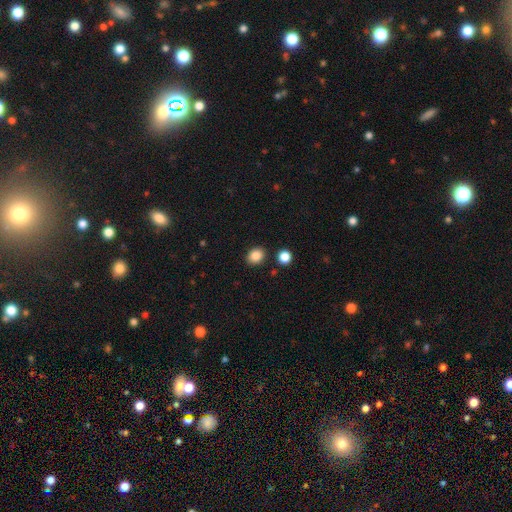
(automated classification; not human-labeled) A smooth galaxy with no disk features (86%) that is round (58%).

Vote fractions:
- Smooth or featured? smooth: 86% / star or artifact: 10% / featured or disk: 4%
- How rounded? round: 58% / in between: 41% / cigar-shaped: 1%
- Merging? none: 86% / minor disturbance: 8% / merger: 4% / major disturbance: 2%